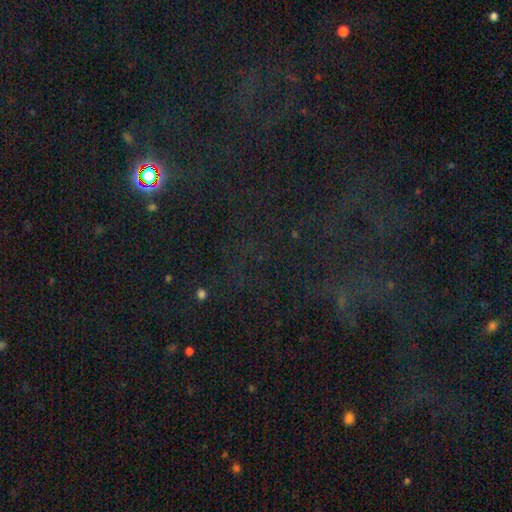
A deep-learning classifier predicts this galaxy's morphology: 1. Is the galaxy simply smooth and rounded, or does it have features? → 77% star or artifact, 13% smooth, 11% featured or disk.